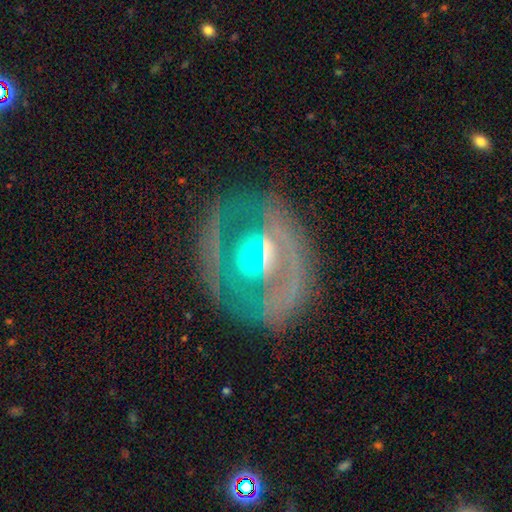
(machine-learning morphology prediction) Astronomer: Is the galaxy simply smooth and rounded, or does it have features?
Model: featured or disk — 72%.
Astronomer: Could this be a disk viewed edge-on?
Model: no — 90%.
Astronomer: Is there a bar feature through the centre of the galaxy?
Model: no — 52%.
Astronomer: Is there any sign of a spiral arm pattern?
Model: yes — 51% (runner-up: no, 49%).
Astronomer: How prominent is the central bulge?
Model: moderate — 58%.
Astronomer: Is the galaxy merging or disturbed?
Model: none — 66%.